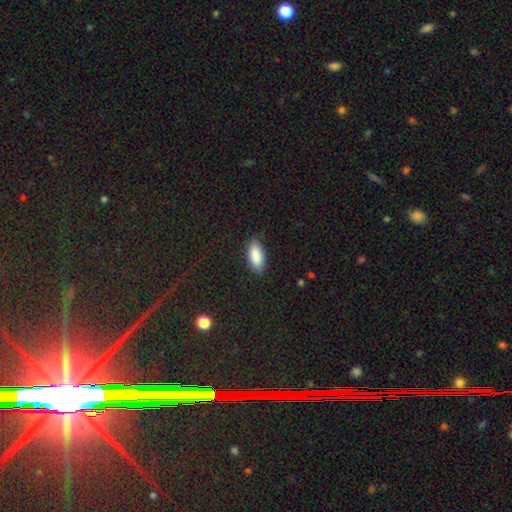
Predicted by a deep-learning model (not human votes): Q: Smooth or featured?
A: smooth (89%); runner-up: star or artifact (6%)
Q: How rounded?
A: in between (85%); runner-up: cigar-shaped (13%)
Q: Merging?
A: none (86%); runner-up: minor disturbance (11%)